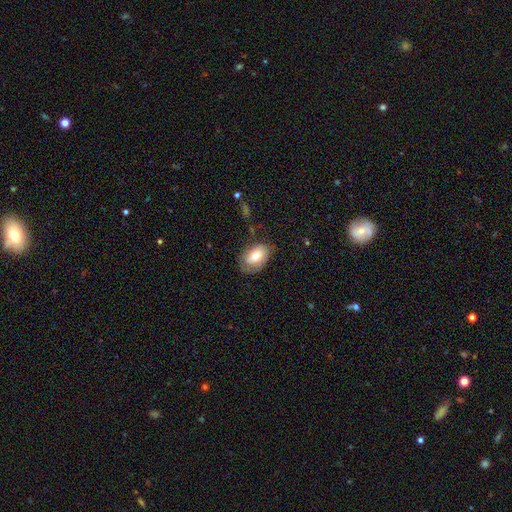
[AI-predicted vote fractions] Overall: smooth (69%). How rounded: in between (86%). Merging: none (67%).